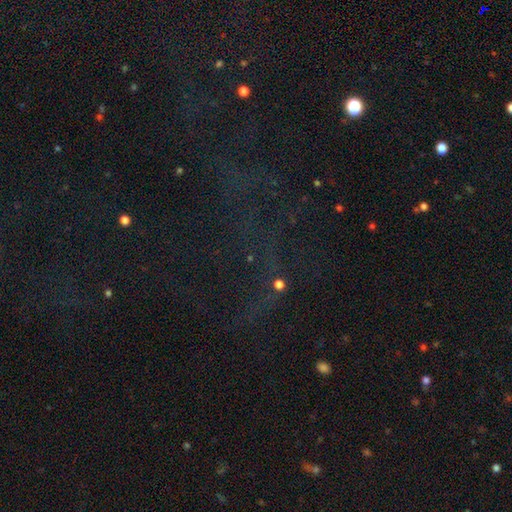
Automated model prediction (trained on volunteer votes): Overall: star or artifact (72%).